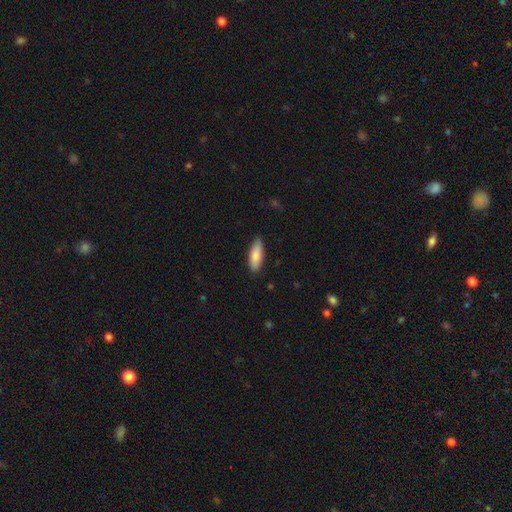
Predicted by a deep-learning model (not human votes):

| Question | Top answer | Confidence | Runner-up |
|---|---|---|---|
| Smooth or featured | smooth | 83% | featured or disk (11%) |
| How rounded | in between | 63% | cigar-shaped (35%) |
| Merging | none | 87% | minor disturbance (10%) |